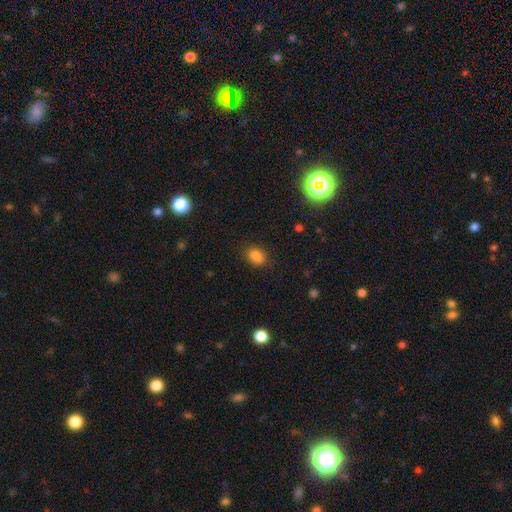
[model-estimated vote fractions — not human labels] Smooth or featured? Predicted: smooth (p=0.77). How rounded? Predicted: in between (p=0.57). Merging? Predicted: none (p=0.63).